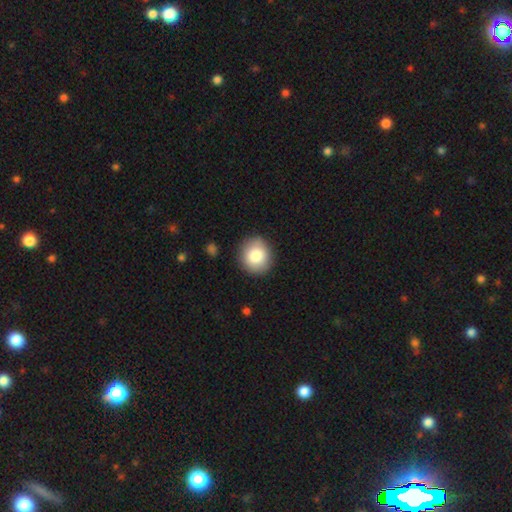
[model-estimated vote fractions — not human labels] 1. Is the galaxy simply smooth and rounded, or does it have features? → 84% smooth, 8% featured or disk, 8% star or artifact.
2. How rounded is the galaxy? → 87% round, 12% in between, 1% cigar-shaped.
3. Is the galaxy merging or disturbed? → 89% none, 7% minor disturbance, 2% major disturbance, 1% merger.